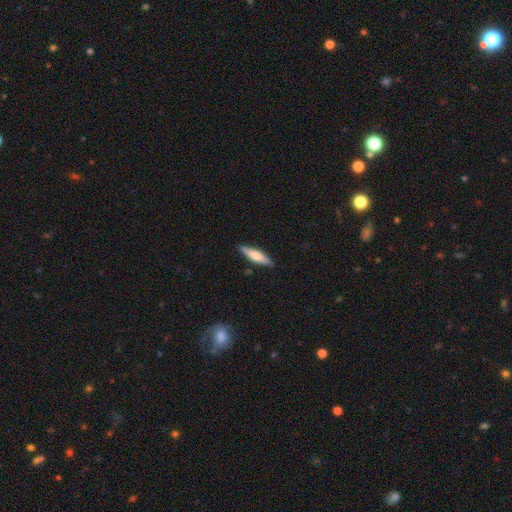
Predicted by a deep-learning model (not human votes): Overall: smooth (55%; featured or disk 40%). How rounded: cigar-shaped (77%). Merging: none (88%).